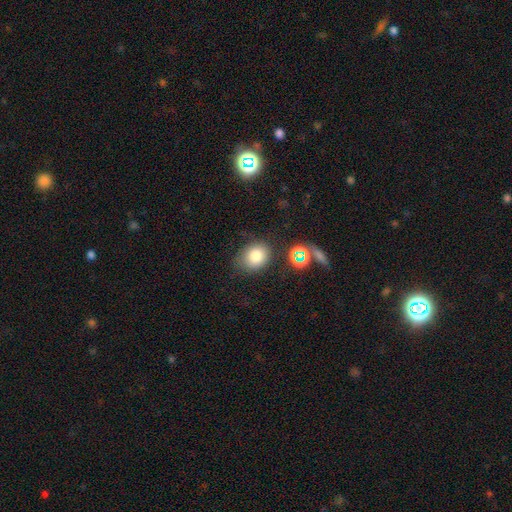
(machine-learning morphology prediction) smooth-or-featured: smooth: 79% | star or artifact: 13% | featured or disk: 8%
  how-rounded: round: 56% | in between: 43% | cigar-shaped: 1%
  merging: none: 72% | minor disturbance: 19% | major disturbance: 6% | merger: 4%